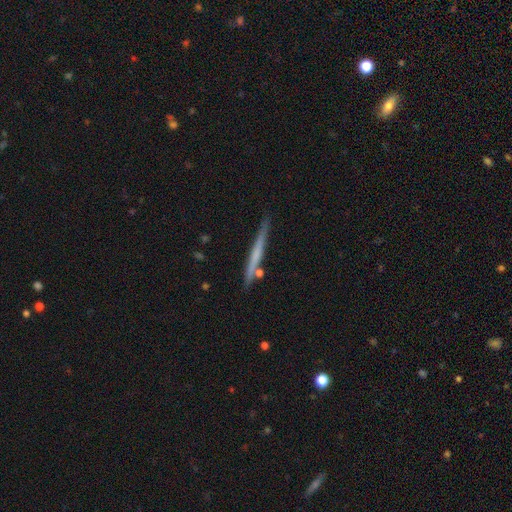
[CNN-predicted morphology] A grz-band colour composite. It shows a featured or disk galaxy (50%) viewed edge-on (96%). Merging: none (83%).